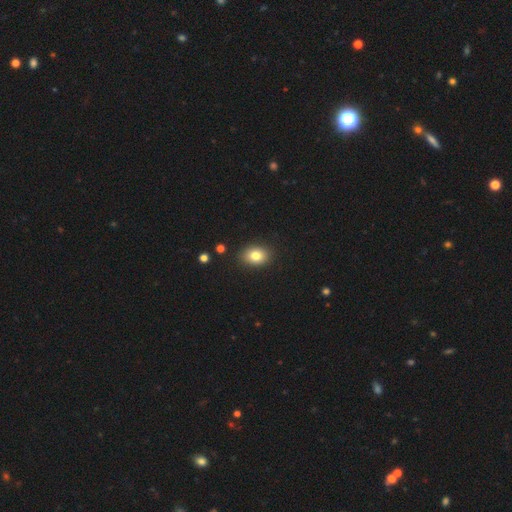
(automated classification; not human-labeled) Smooth or featured? Predicted: smooth (p=0.81). How rounded? Predicted: in between (p=0.66). Merging? Predicted: none (p=0.89).